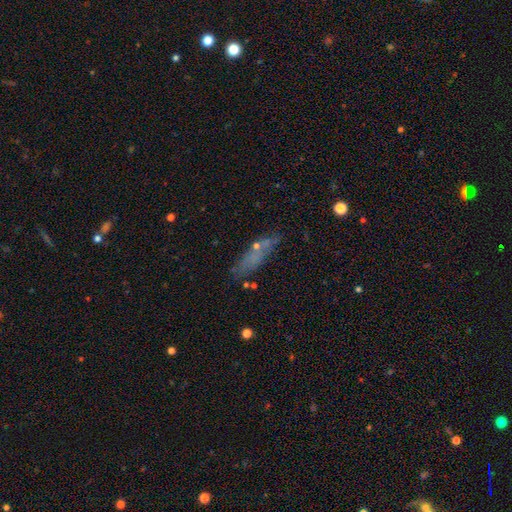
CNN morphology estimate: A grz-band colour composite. It shows a smooth galaxy with no disk features (51%) that is cigar-shaped (68%). Merging: none (68%).